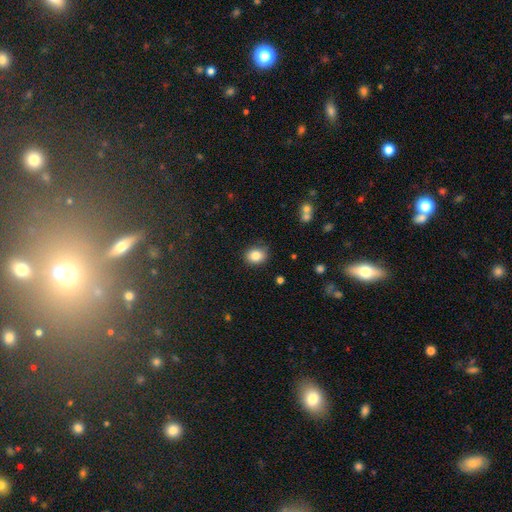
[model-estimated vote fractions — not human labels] A smooth galaxy with no disk features (84%) that is round (53%). Merging: none (84%).